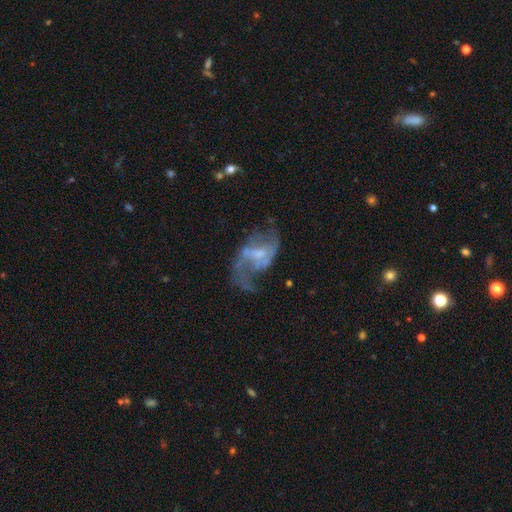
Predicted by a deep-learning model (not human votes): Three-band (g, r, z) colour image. It shows a featured or disk galaxy (81%) with a weak bar (48%), 2 (71%) loose (57%) spiral arms (90%) and a small central bulge (57%). Merging: none (51%).